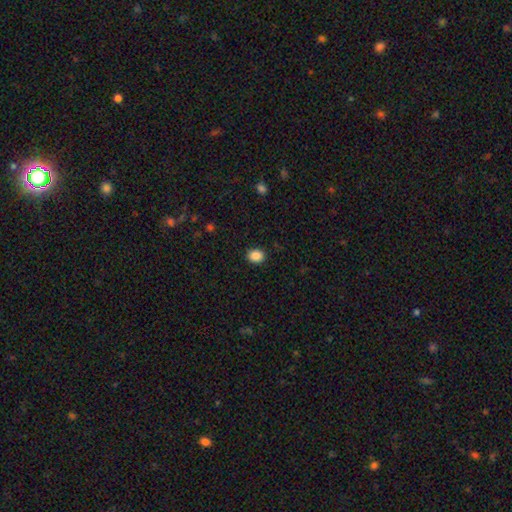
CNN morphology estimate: This appears to be a smooth galaxy with no disk features (87%) that is round (60%). Merging: none (90%).